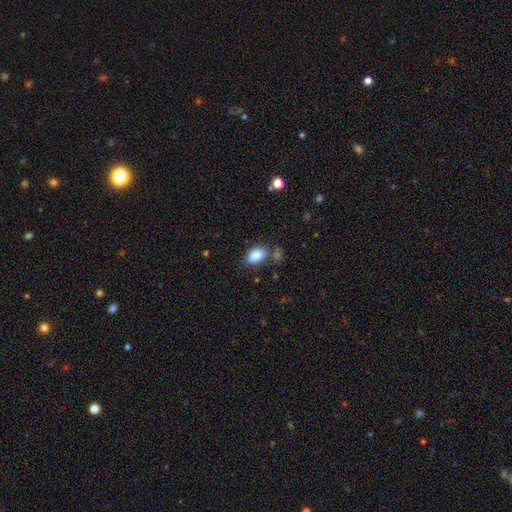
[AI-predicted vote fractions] A smooth galaxy with no disk features (85%) that is in between round and cigar-shaped (91%).

Vote fractions:
- Smooth or featured? smooth: 85% / featured or disk: 8% / star or artifact: 7%
- How rounded? in between: 91% / round: 7% / cigar-shaped: 2%
- Merging? none: 69% / minor disturbance: 17% / merger: 10% / major disturbance: 5%